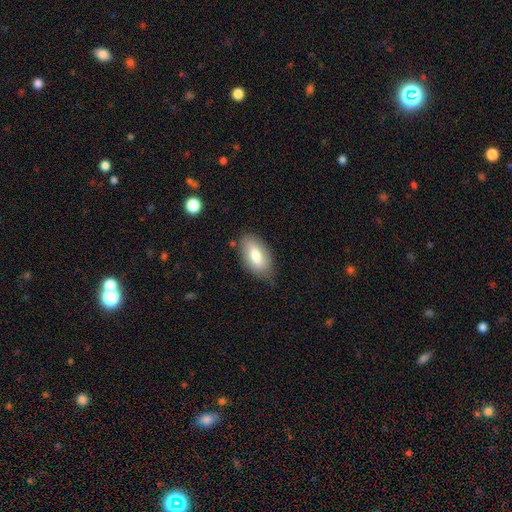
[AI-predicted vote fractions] This is likely a smooth galaxy (76%). How rounded: clearly in between (92%). Merging: likely none (70%).